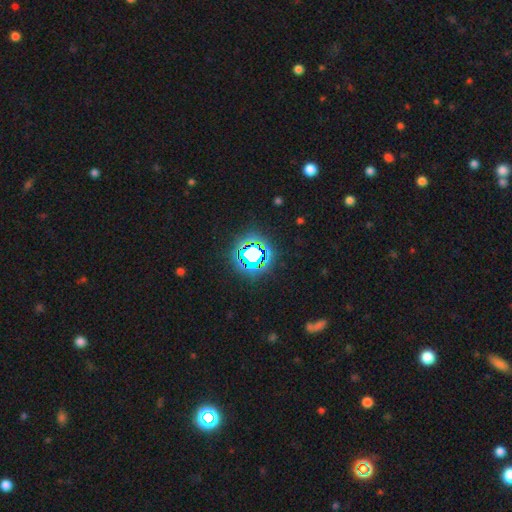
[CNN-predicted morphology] A star or artifact, not a galaxy (72%).